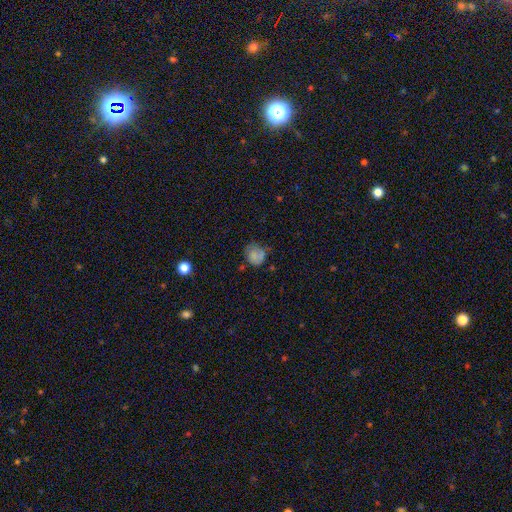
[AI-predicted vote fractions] smooth-or-featured: smooth: 69% | featured or disk: 18% | star or artifact: 12%
  how-rounded: round: 67% | in between: 32% | cigar-shaped: 1%
  merging: none: 52% | minor disturbance: 29% | major disturbance: 14% | merger: 5%